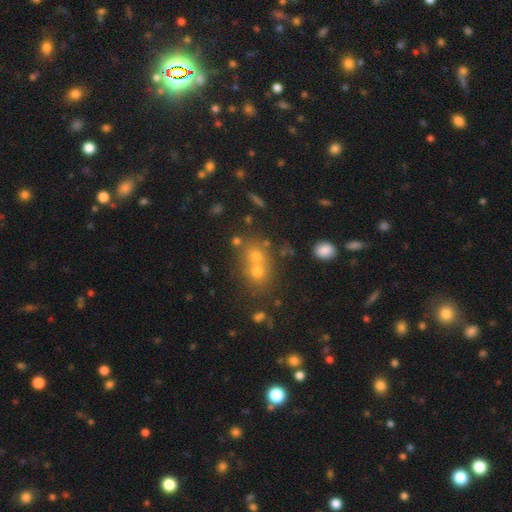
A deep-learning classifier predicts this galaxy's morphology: Q: Smooth or featured?
A: smooth (61%); runner-up: star or artifact (20%)
Q: How rounded?
A: round (71%); runner-up: in between (27%)
Q: Merging?
A: merger (54%); runner-up: none (35%)